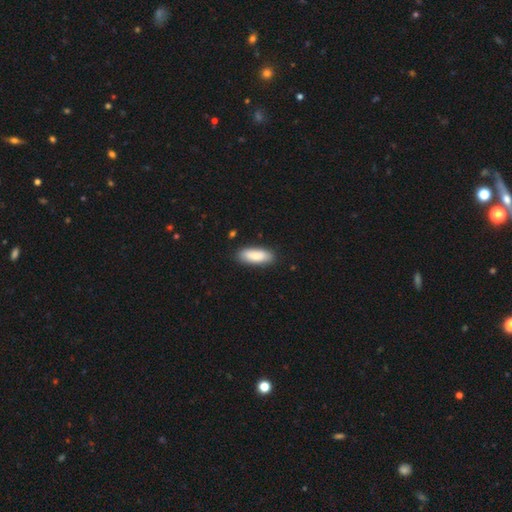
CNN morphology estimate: Smooth or featured?
  - smooth: 85% *
  - featured or disk: 9%
  - star or artifact: 6%
How rounded?
  - in between: 76% *
  - cigar-shaped: 22%
  - round: 2%
Merging?
  - none: 85% *
  - minor disturbance: 11%
  - major disturbance: 2%
  - merger: 1%